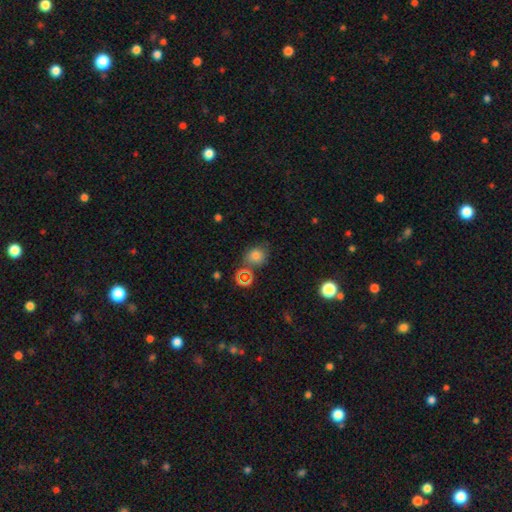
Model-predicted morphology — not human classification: smooth 72%, star or artifact 19%, featured or disk 8%. Down the decision tree: how rounded — round (67%); merging — none (65%).